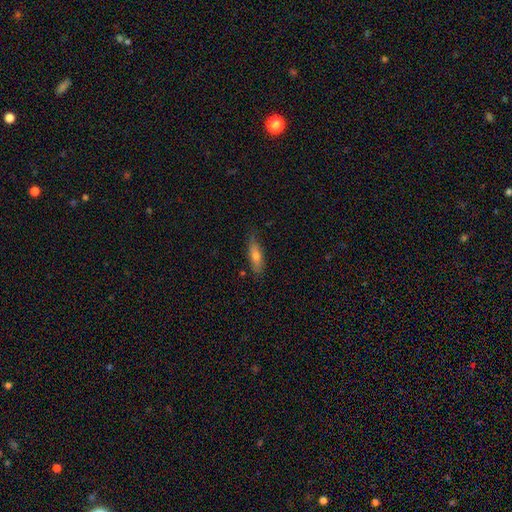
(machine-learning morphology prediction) A smooth galaxy with no disk features (63%) that is cigar-shaped (63%).

Vote fractions:
- Smooth or featured? smooth: 63% / featured or disk: 29% / star or artifact: 8%
- How rounded? cigar-shaped: 63% / in between: 34% / round: 2%
- Merging? none: 75% / minor disturbance: 19% / major disturbance: 3% / merger: 2%